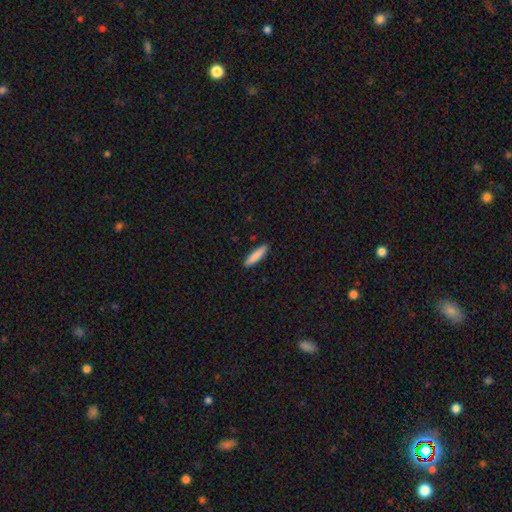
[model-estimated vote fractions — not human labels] The model was most divided on "how rounded": cigar-shaped: 81%, in between: 17%, round: 1%. More confident: merging — none (90%); smooth or featured — smooth (87%).